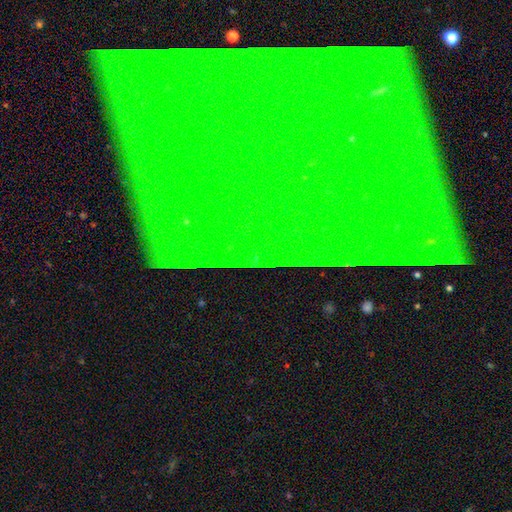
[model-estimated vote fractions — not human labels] Overall: star or artifact (85%).